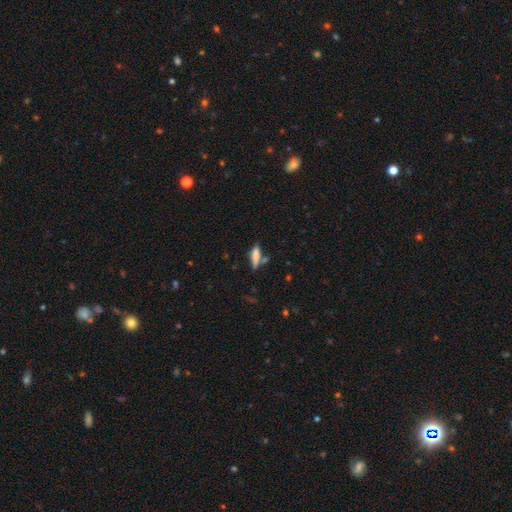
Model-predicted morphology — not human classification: Smooth or featured: smooth — 73% (featured or disk — 19%)
How rounded: cigar-shaped — 67% (in between — 31%)
Merging: none — 58% (minor disturbance — 19%)